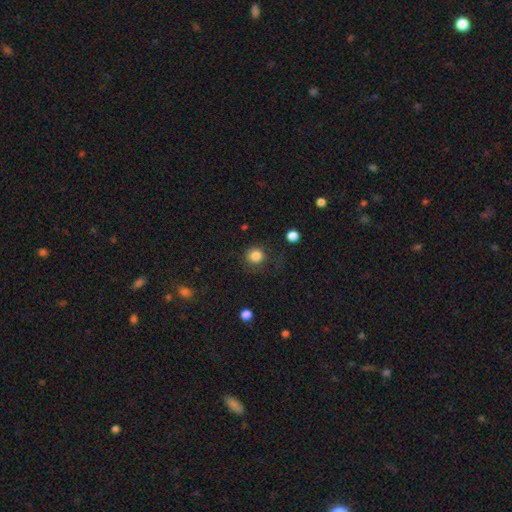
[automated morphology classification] This is clearly a smooth galaxy (84%). How rounded: clearly round (90%). Merging: likely none (77%).